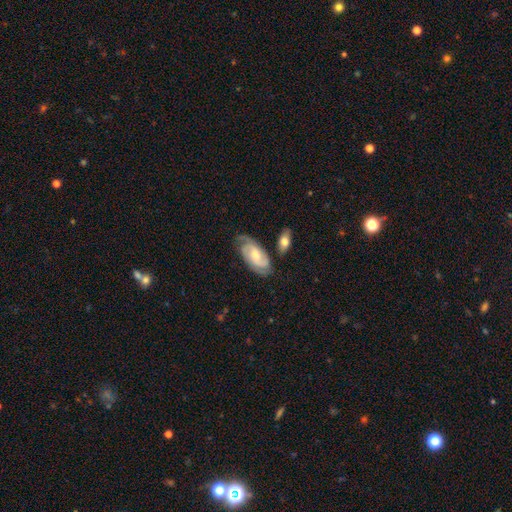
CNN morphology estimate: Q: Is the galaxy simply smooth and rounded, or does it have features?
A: featured or disk — 70%.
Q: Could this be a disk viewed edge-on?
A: no — 93%.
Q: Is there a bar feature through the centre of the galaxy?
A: no — 51%.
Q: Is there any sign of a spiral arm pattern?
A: yes — 93%.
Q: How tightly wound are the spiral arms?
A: tight — 54%.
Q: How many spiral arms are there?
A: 2 — 64%.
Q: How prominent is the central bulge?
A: moderate — 55%.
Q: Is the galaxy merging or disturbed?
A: none — 66%.